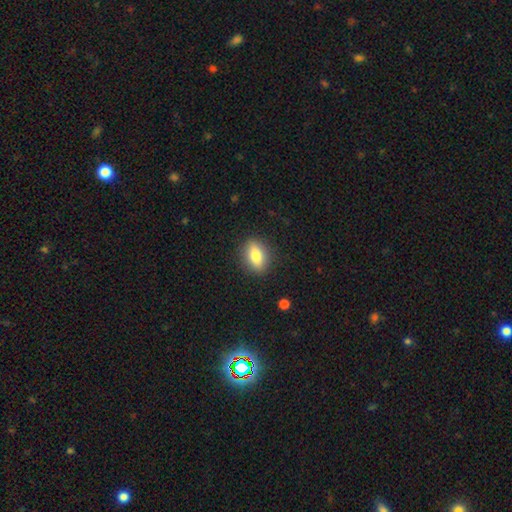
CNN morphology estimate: A smooth galaxy with no disk features (75%) that is in between round and cigar-shaped (75%).

Vote fractions:
- Smooth or featured? smooth: 75% / featured or disk: 17% / star or artifact: 8%
- How rounded? in between: 75% / round: 16% / cigar-shaped: 9%
- Merging? none: 87% / minor disturbance: 9% / major disturbance: 3% / merger: 1%